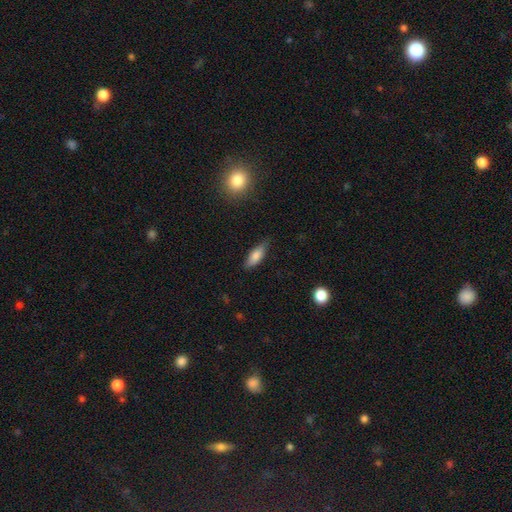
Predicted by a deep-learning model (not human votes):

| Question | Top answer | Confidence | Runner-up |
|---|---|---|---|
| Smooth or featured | smooth | 78% | featured or disk (14%) |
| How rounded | in between | 64% | cigar-shaped (34%) |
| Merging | none | 77% | minor disturbance (19%) |